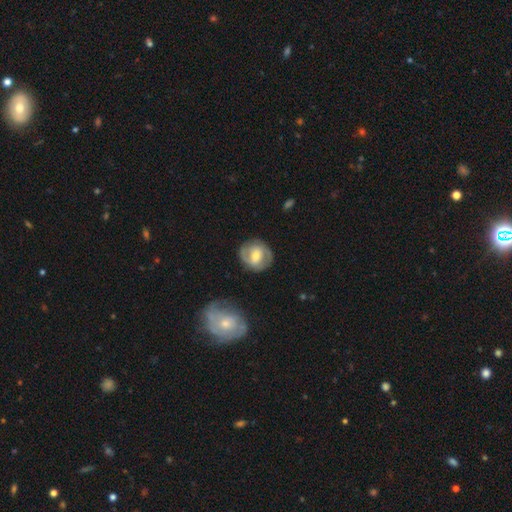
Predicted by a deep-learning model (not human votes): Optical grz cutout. It shows a featured or disk galaxy (61%) with a weak bar (43%), spiral arms (70%) and a moderate central bulge (63%). Merging: none (80%).